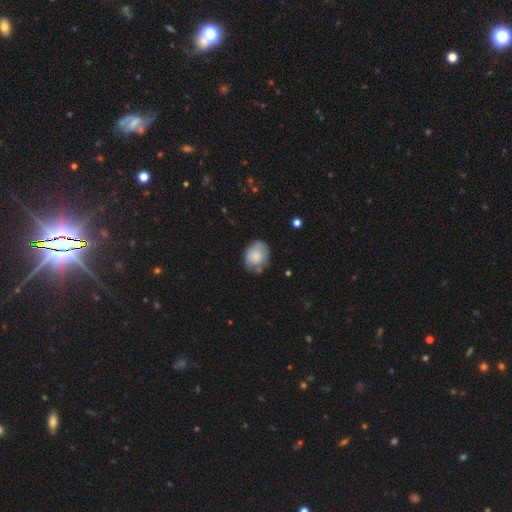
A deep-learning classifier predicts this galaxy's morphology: The model was most divided on "how rounded": round: 52%, in between: 47%, cigar-shaped: 1%. More confident: smooth or featured — smooth (72%); merging — none (62%).